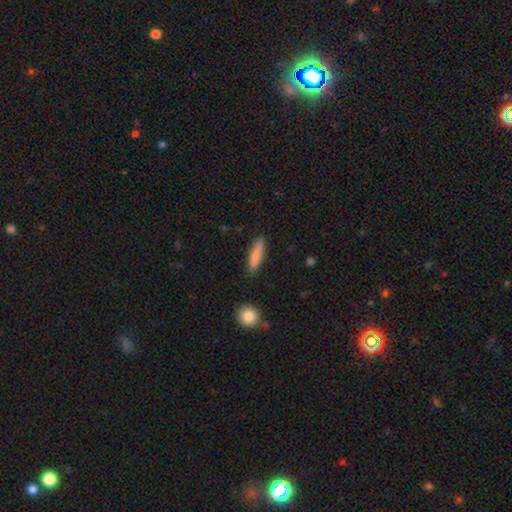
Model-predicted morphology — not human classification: Q: Smooth or featured?
A: smooth (82%); runner-up: featured or disk (12%)
Q: How rounded?
A: cigar-shaped (73%); runner-up: in between (25%)
Q: Merging?
A: none (86%); runner-up: minor disturbance (10%)